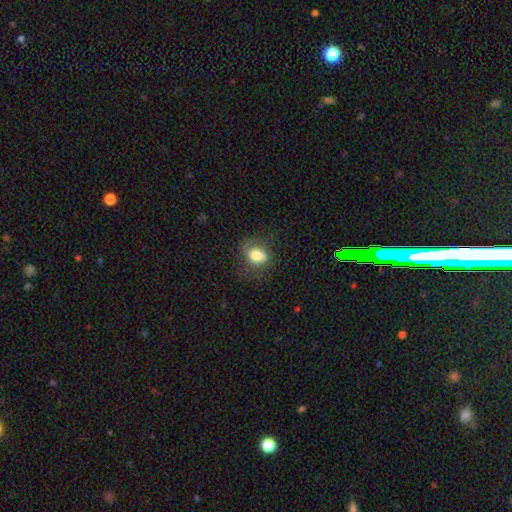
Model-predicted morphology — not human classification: This is likely a smooth galaxy (69%). How rounded: likely in between (68%). Merging: possibly none (56%).